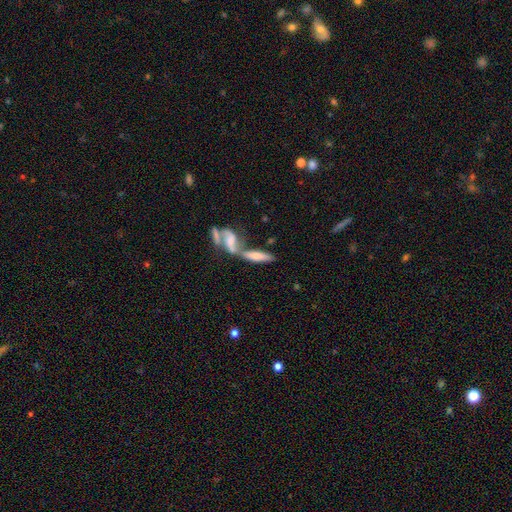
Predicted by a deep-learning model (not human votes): Smooth or featured?
  - featured or disk: 49% *
  - smooth: 41%
  - star or artifact: 10%
Merging?
  - merger: 60% *
  - none: 25%
  - minor disturbance: 8%
  - major disturbance: 7%